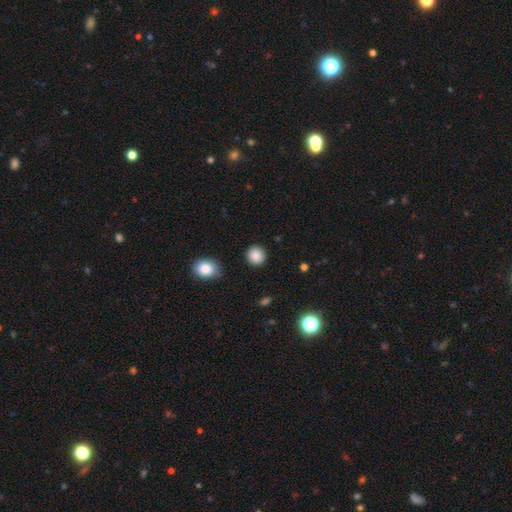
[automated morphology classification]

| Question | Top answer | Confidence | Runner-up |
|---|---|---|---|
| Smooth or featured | smooth | 88% | star or artifact (8%) |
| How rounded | round | 91% | in between (8%) |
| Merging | none | 90% | minor disturbance (7%) |